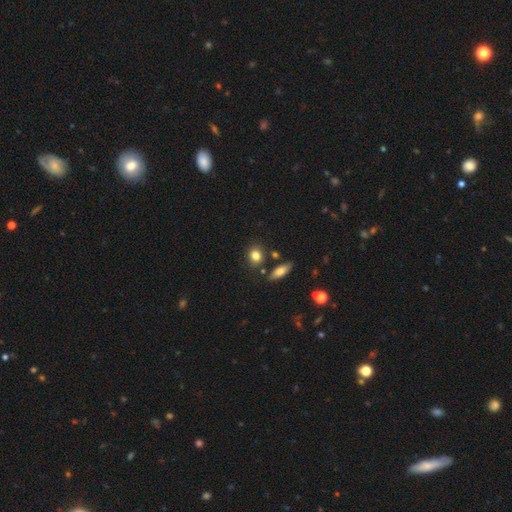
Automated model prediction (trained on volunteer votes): smooth-or-featured: smooth: 82% | star or artifact: 9% | featured or disk: 8%
  how-rounded: round: 58% | in between: 40% | cigar-shaped: 3%
  merging: none: 79% | minor disturbance: 11% | merger: 8% | major disturbance: 3%